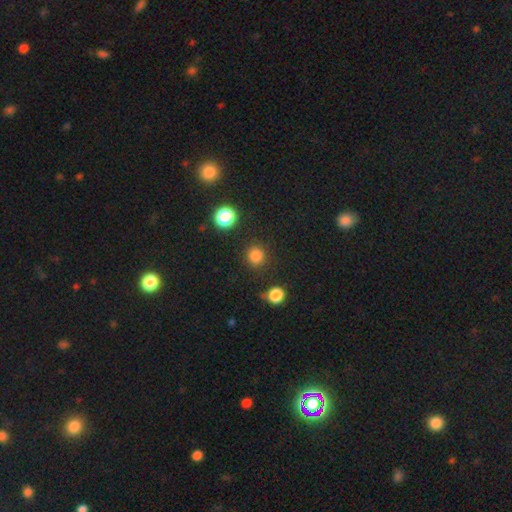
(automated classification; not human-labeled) Smooth or featured? smooth (83%)
How rounded? round (92%)
Merging? none (87%)